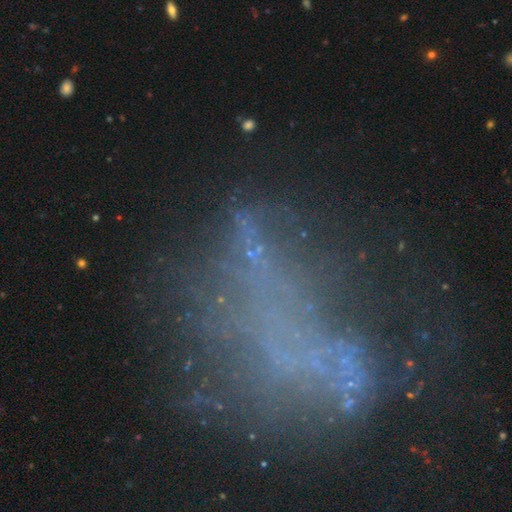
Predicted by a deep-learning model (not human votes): star or artifact 40% (tied), featured or disk 40% (tied), smooth 20%.